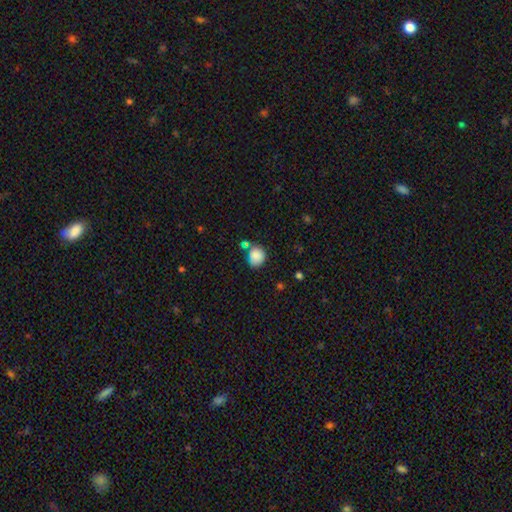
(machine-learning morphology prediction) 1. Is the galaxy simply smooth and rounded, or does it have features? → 85% smooth, 9% star or artifact, 6% featured or disk.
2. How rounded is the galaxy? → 69% round, 31% in between, 1% cigar-shaped.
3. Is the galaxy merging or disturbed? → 59% none, 24% minor disturbance, 11% merger, 6% major disturbance.